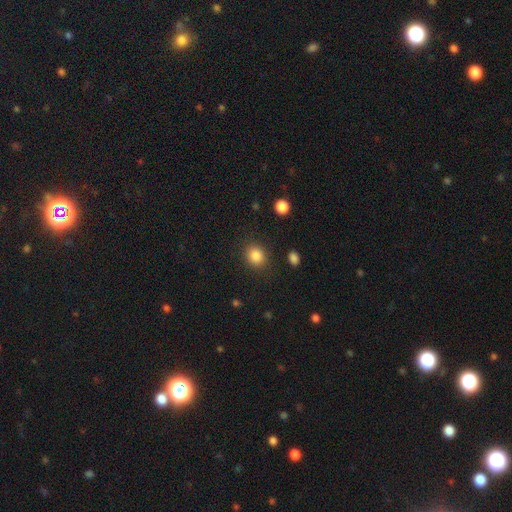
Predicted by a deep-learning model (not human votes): Q: Smooth or featured?
A: smooth (85%); runner-up: star or artifact (10%)
Q: How rounded?
A: round (73%); runner-up: in between (26%)
Q: Merging?
A: none (87%); runner-up: minor disturbance (8%)